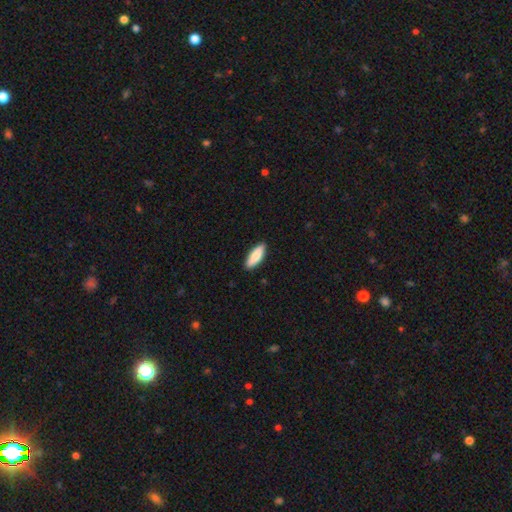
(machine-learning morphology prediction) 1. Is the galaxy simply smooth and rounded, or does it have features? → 83% smooth, 12% featured or disk, 5% star or artifact.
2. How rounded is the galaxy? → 61% in between, 37% cigar-shaped, 2% round.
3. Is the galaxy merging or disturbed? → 89% none, 8% minor disturbance, 2% major disturbance, 1% merger.